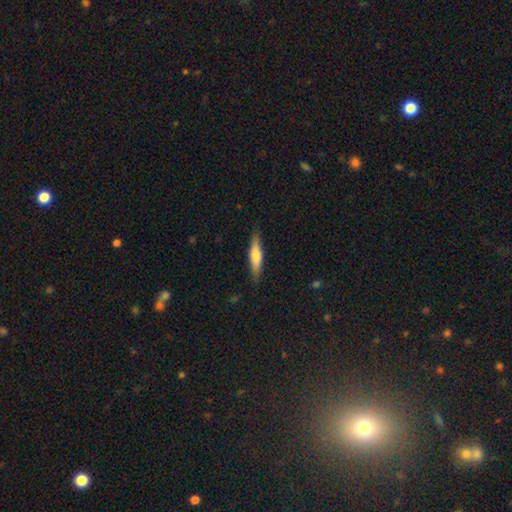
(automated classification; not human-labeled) Q: Smooth or featured?
A: smooth (60%); runner-up: featured or disk (34%)
Q: How rounded?
A: cigar-shaped (78%); runner-up: in between (20%)
Q: Merging?
A: none (86%); runner-up: minor disturbance (10%)